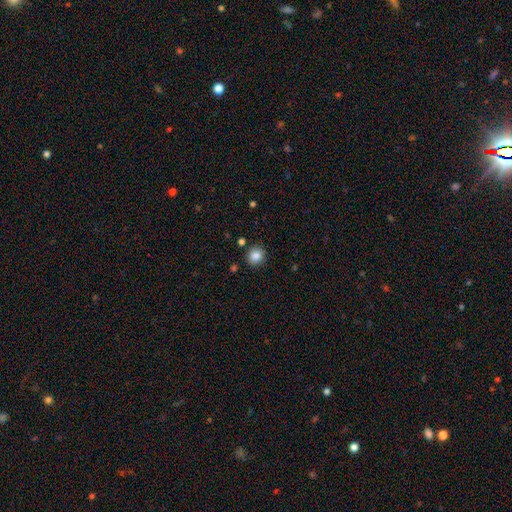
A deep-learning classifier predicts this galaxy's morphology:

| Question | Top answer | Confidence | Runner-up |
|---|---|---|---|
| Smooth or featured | smooth | 85% | star or artifact (10%) |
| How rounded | round | 87% | in between (12%) |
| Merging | none | 88% | minor disturbance (7%) |